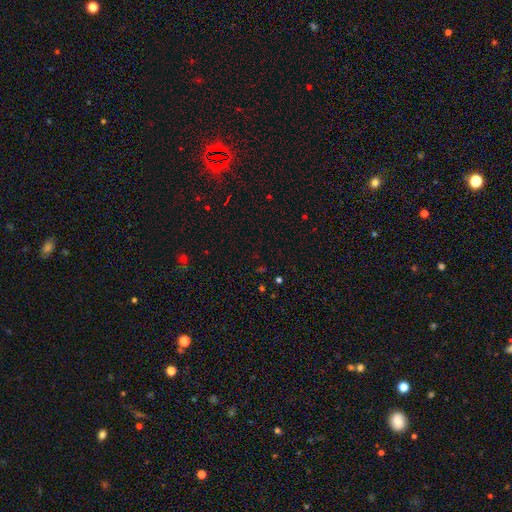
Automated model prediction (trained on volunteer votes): smooth-or-featured: star or artifact: 65% | smooth: 27% | featured or disk: 8%